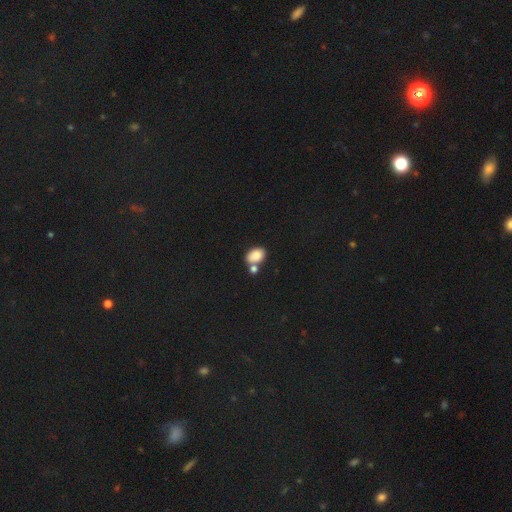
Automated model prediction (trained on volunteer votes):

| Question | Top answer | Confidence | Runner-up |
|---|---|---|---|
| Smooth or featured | smooth | 84% | star or artifact (9%) |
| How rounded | in between | 84% | round (15%) |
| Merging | none | 50% | merger (33%) |